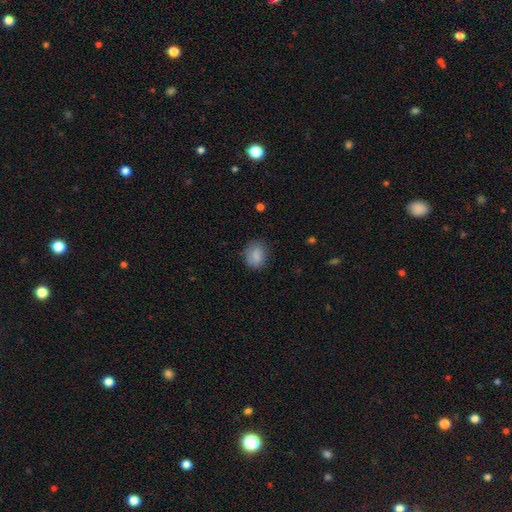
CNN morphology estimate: smooth 84%, featured or disk 8%, star or artifact 8%. Down the decision tree: how rounded — round (51%); merging — none (76%).